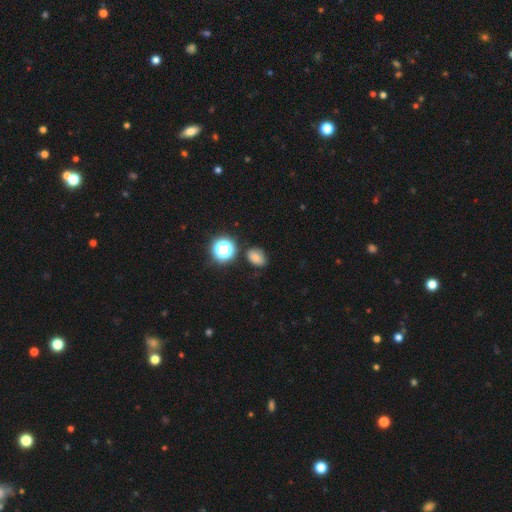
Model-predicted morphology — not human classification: Overall: smooth (70%). How rounded: in between (62%; round 37%). Merging: none (75%).